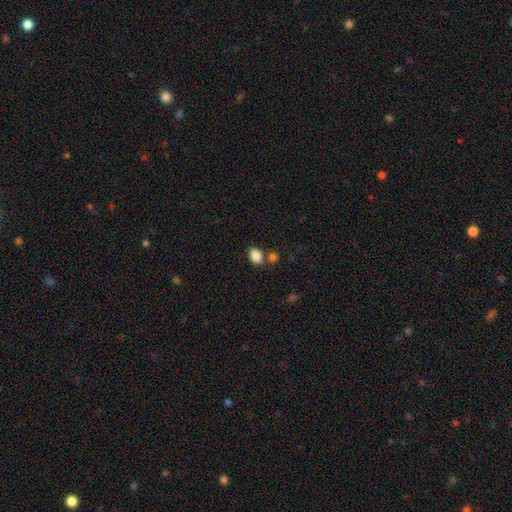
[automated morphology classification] This appears to be a smooth galaxy with no disk features (87%) that is in between round and cigar-shaped (81%). Merging: none (67%).